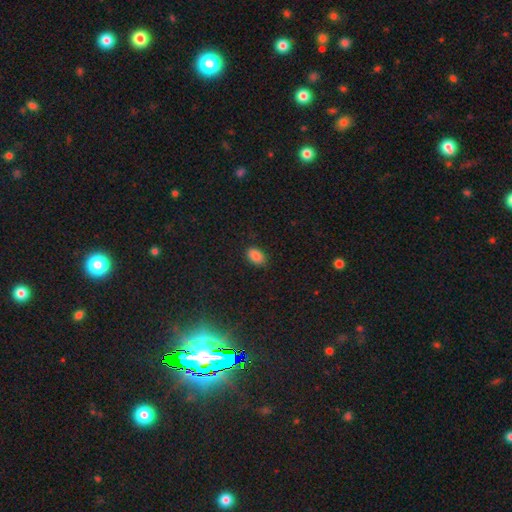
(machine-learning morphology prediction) A smooth galaxy with no disk features (85%) that is in between round and cigar-shaped (88%).

Vote fractions:
- Smooth or featured? smooth: 85% / star or artifact: 10% / featured or disk: 5%
- How rounded? in between: 88% / round: 11% / cigar-shaped: 1%
- Merging? none: 84% / minor disturbance: 12% / major disturbance: 2% / merger: 1%